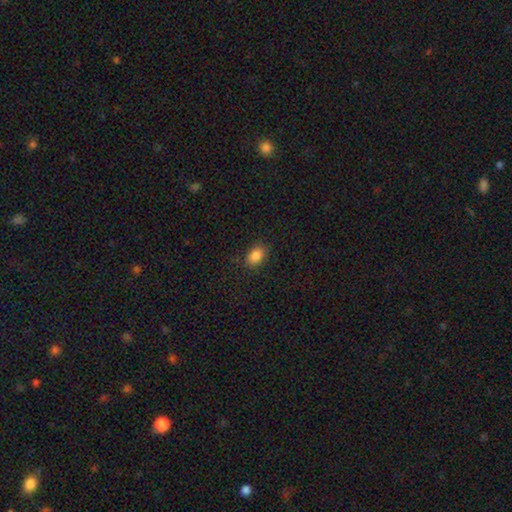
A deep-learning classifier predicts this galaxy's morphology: This appears to be a smooth galaxy with no disk features (85%) that is in between round and cigar-shaped (80%). Merging: none (83%).